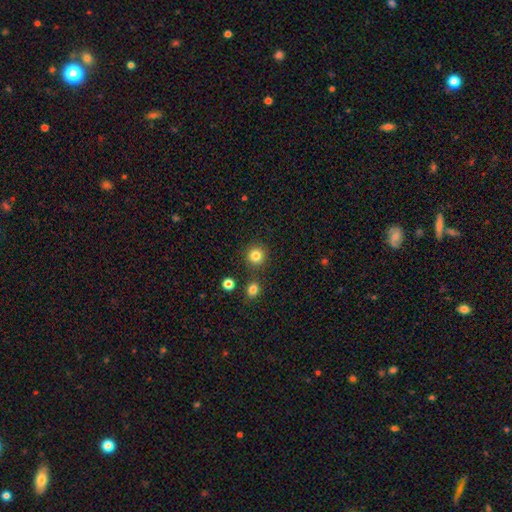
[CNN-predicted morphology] This is clearly a smooth galaxy (83%). How rounded: clearly round (94%). Merging: clearly none (87%).